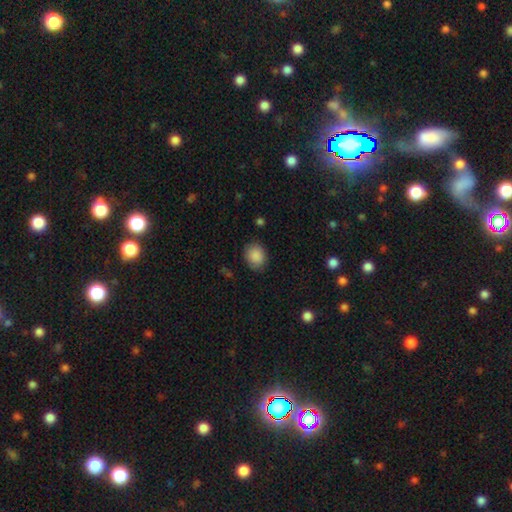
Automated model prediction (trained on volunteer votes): smooth-or-featured: smooth: 89% | star or artifact: 7% | featured or disk: 4%
  how-rounded: round: 54% | in between: 45% | cigar-shaped: 1%
  merging: none: 82% | minor disturbance: 13% | major disturbance: 3% | merger: 1%